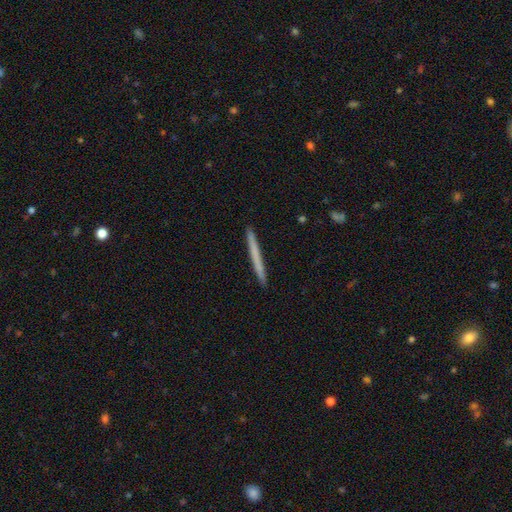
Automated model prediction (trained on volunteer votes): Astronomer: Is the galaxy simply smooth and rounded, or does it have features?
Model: smooth — 60% (runner-up: featured or disk, 35%).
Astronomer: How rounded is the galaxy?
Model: cigar-shaped — 97%.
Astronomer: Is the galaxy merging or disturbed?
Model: none — 93%.